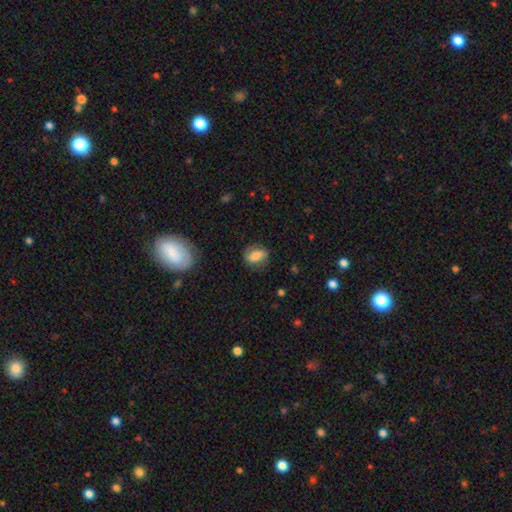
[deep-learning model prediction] A smooth galaxy with no disk features (63%) that is in between round and cigar-shaped (73%).

Vote fractions:
- Smooth or featured? smooth: 63% / featured or disk: 29% / star or artifact: 8%
- How rounded? in between: 73% / round: 23% / cigar-shaped: 4%
- Merging? none: 76% / minor disturbance: 16% / major disturbance: 6% / merger: 1%